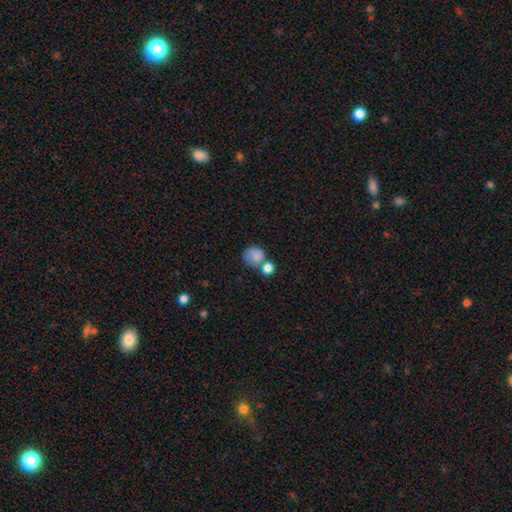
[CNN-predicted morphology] Q: Smooth or featured?
A: smooth (83%); runner-up: featured or disk (9%)
Q: How rounded?
A: round (76%); runner-up: in between (23%)
Q: Merging?
A: none (41%); runner-up: merger (37%)